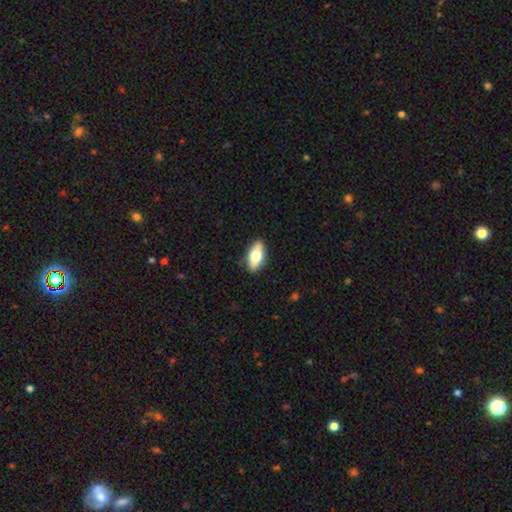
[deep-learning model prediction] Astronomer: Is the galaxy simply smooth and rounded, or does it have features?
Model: smooth — 70%.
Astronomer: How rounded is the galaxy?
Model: in between — 87%.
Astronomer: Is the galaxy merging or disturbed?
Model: none — 87%.